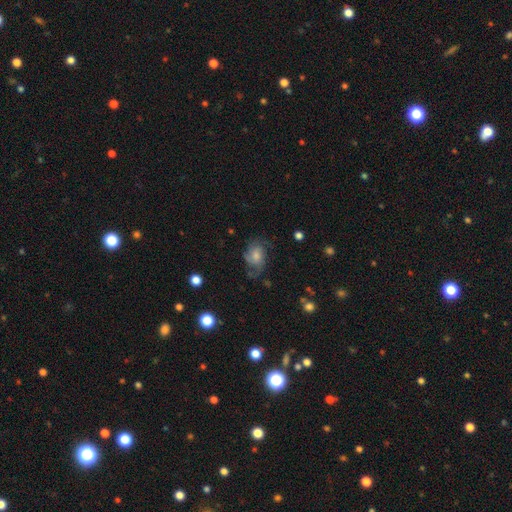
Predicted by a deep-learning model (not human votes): The model was most divided on "bulge size": moderate: 46%, small: 33%, large: 11%, none: 8%, dominant: 2%. More confident: edge-on disk — no (97%); spiral arms — yes (85%); bar — no (71%); smooth or featured — featured or disk (56%); merging — none (54%).